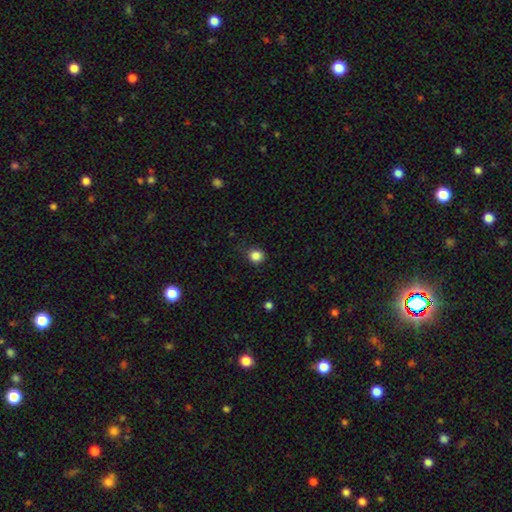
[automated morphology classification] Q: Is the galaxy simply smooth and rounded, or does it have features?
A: smooth — 85%.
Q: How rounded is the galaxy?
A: round — 85%.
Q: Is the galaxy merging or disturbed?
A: none — 79%.